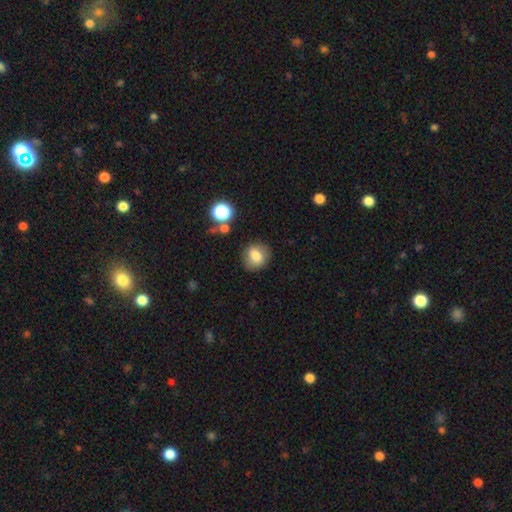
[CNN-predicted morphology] smooth 77%, featured or disk 13%, star or artifact 10%. Down the decision tree: how rounded — round (73%); merging — none (82%).